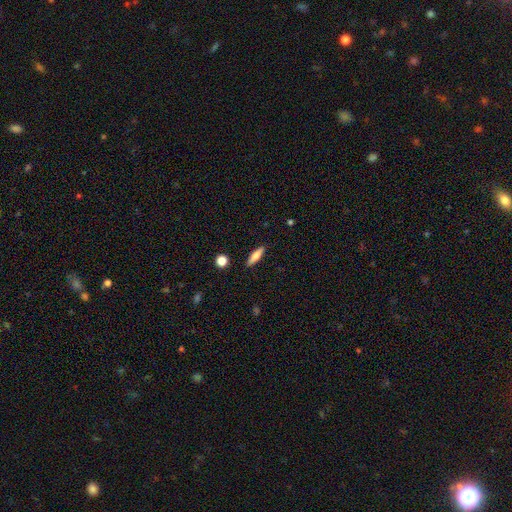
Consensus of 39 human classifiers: Smooth or featured?
  - smooth: 64% *
  - featured or disk: 33%
  - star or artifact: 3%
How rounded?
  - in between: 52% *
  - cigar-shaped: 48%
  - round: 0%
Merging?
  - none: 87% *
  - minor disturbance: 11%
  - major disturbance: 3%
  - merger: 0%